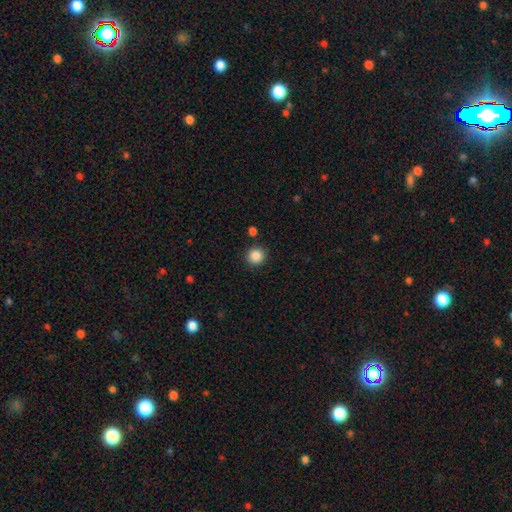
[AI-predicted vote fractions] Smooth or featured? smooth (86%)
How rounded? round (93%)
Merging? none (88%)